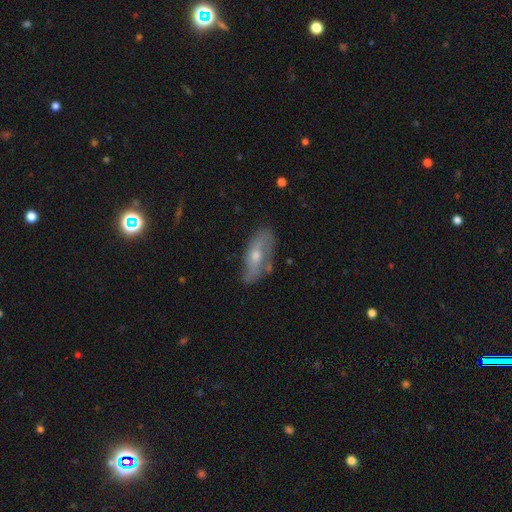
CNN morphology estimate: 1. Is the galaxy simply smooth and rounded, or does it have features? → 56% featured or disk, 34% smooth, 9% star or artifact.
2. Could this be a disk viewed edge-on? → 79% no, 21% yes.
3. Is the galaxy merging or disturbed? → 64% none, 24% minor disturbance, 8% major disturbance, 3% merger.